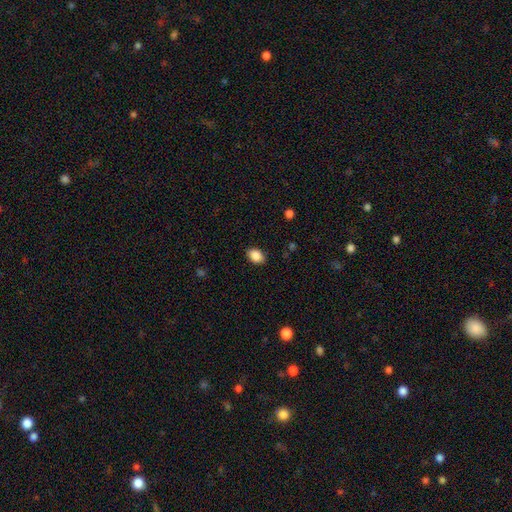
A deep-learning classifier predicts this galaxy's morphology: Smooth or featured? Predicted: smooth (p=0.89). How rounded? Predicted: in between (p=0.82). Merging? Predicted: none (p=0.88).